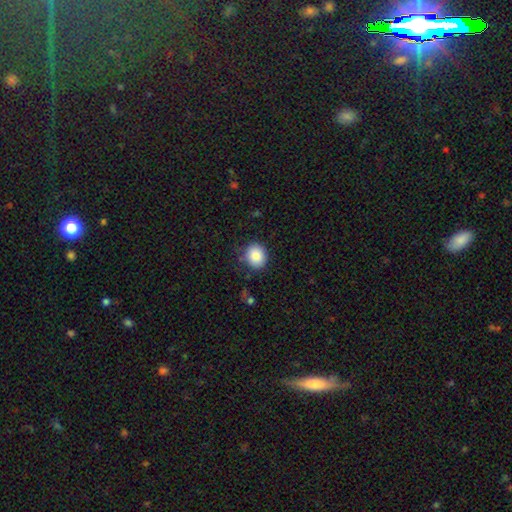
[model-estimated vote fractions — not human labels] smooth-or-featured: smooth: 86% | star or artifact: 9% | featured or disk: 6%
  how-rounded: round: 74% | in between: 25% | cigar-shaped: 1%
  merging: none: 81% | minor disturbance: 14% | major disturbance: 4% | merger: 2%